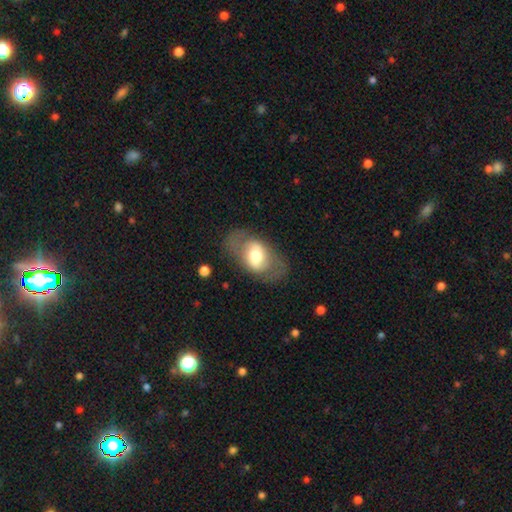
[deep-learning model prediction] A smooth galaxy with no disk features (48%).

Vote fractions:
- Smooth or featured? smooth: 48% / featured or disk: 46% / star or artifact: 7%
- Merging? none: 70% / minor disturbance: 16% / major disturbance: 12% / merger: 2%